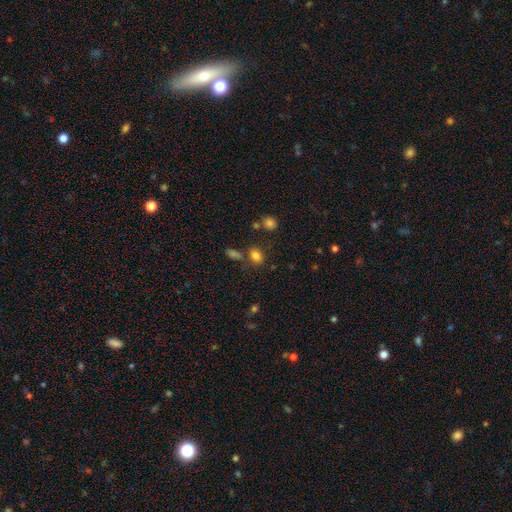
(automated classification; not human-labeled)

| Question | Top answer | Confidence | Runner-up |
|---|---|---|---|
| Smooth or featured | smooth | 81% | star or artifact (13%) |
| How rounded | in between | 68% | round (30%) |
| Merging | none | 69% | minor disturbance (14%) |